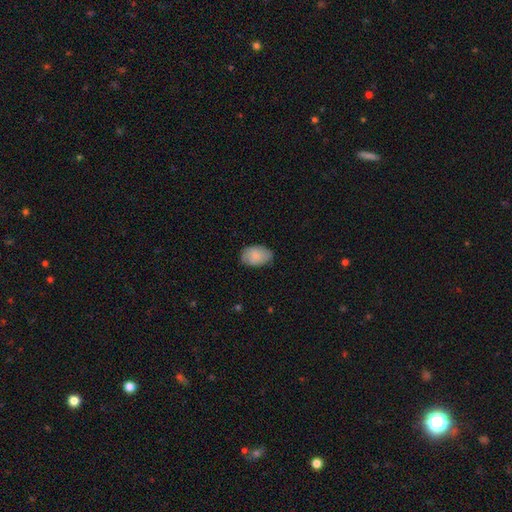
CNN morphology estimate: Smooth or featured: smooth — 84% (featured or disk — 10%)
How rounded: in between — 88% (round — 11%)
Merging: none — 77% (minor disturbance — 19%)